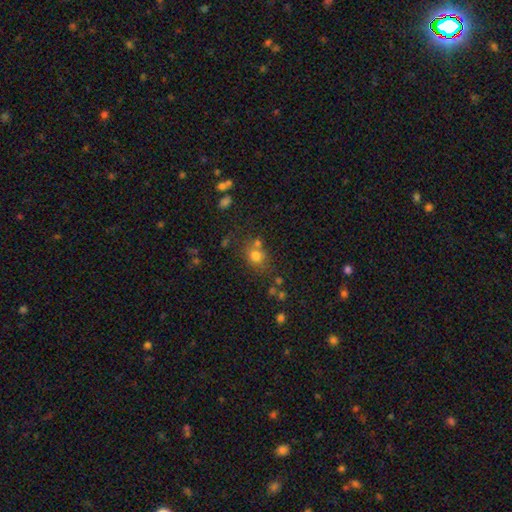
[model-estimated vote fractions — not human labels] Overall: smooth (74%). How rounded: round (66%; in between 33%). Merging: none (61%).